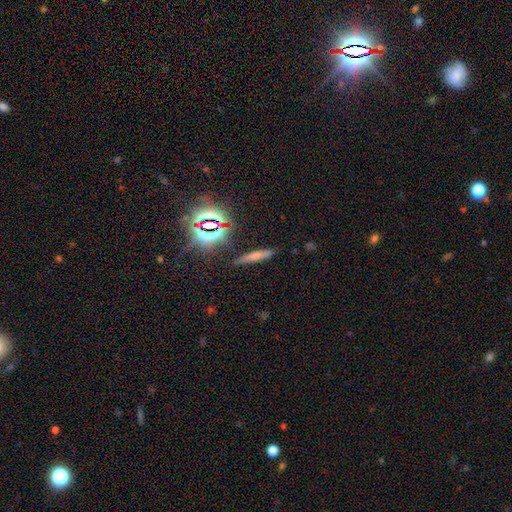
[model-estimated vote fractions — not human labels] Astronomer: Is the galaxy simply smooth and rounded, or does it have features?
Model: smooth — 59%.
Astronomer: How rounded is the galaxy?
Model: cigar-shaped — 86%.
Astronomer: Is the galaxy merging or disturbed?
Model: none — 83%.